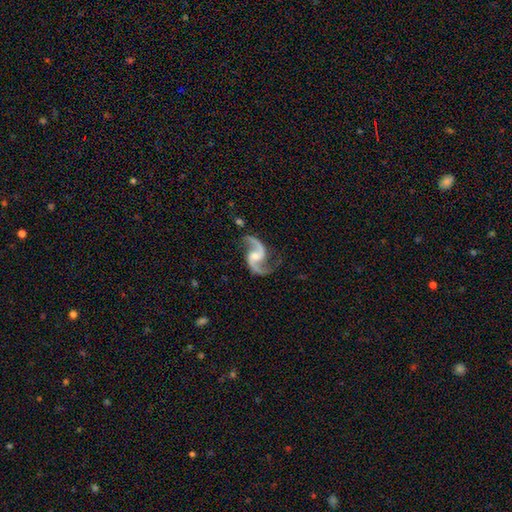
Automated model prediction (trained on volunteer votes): Q: Smooth or featured?
A: featured or disk (94%); runner-up: star or artifact (4%)
Q: Edge-on disk?
A: no (98%); runner-up: yes (2%)
Q: Bar?
A: no (48%); runner-up: weak (41%)
Q: Spiral arms?
A: yes (98%); runner-up: no (2%)
Q: Spiral winding?
A: loose (63%); runner-up: medium (32%)
Q: Spiral arm count?
A: 2 (95%); runner-up: 1 (1%)
Q: Bulge size?
A: moderate (41%); runner-up: small (37%)
Q: Merging?
A: none (77%); runner-up: minor disturbance (14%)